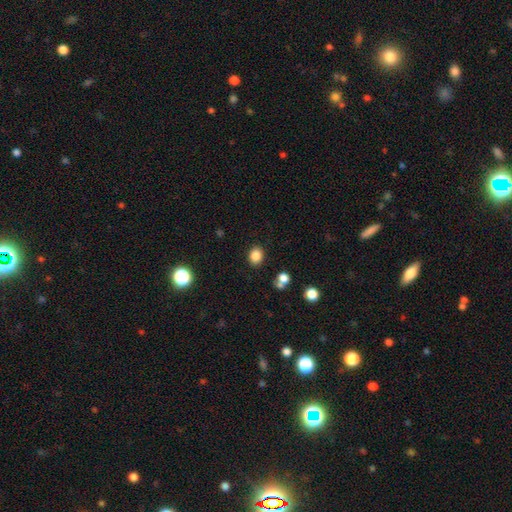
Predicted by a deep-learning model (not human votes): Smooth or featured: smooth — 84% (star or artifact — 11%)
How rounded: round — 56% (in between — 43%)
Merging: none — 87% (minor disturbance — 8%)